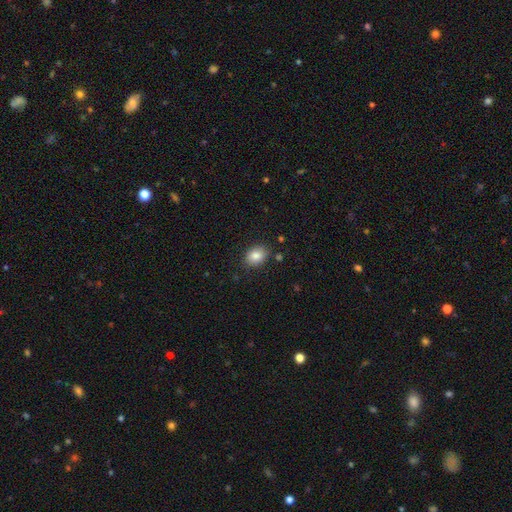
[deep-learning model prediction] Morphology: type=smooth (85%); roundness=in between (69%); merging=none (85%).